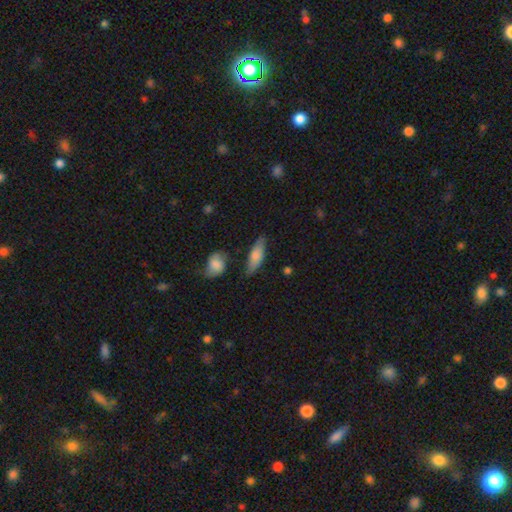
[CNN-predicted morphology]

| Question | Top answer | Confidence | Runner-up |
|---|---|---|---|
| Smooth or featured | smooth | 74% | featured or disk (20%) |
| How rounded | in between | 61% | cigar-shaped (37%) |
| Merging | none | 72% | minor disturbance (20%) |